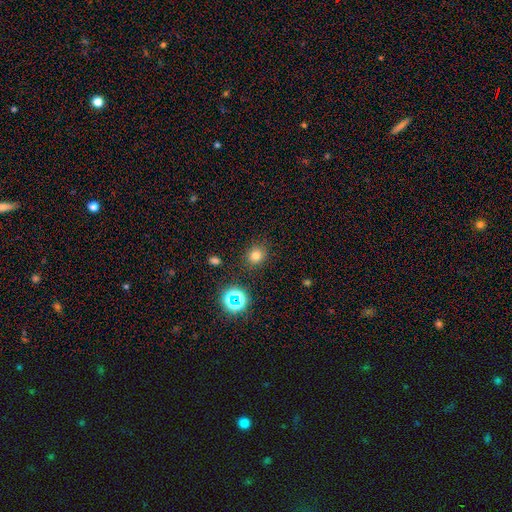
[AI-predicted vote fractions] This is likely a smooth galaxy (73%). How rounded: clearly round (82%). Merging: clearly none (86%).